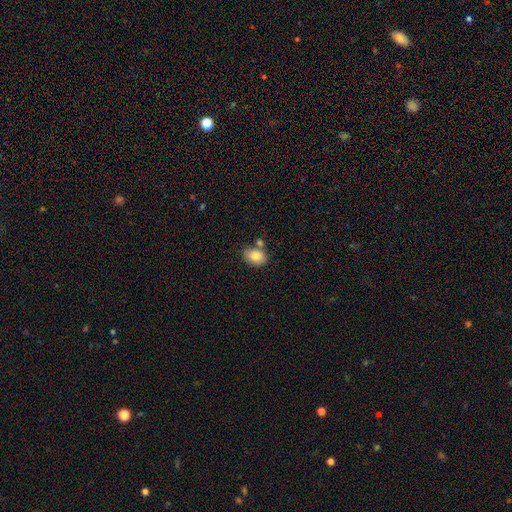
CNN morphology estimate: Smooth or featured? Predicted: smooth (p=0.82). How rounded? Predicted: in between (p=0.73). Merging? Predicted: none (p=0.64).